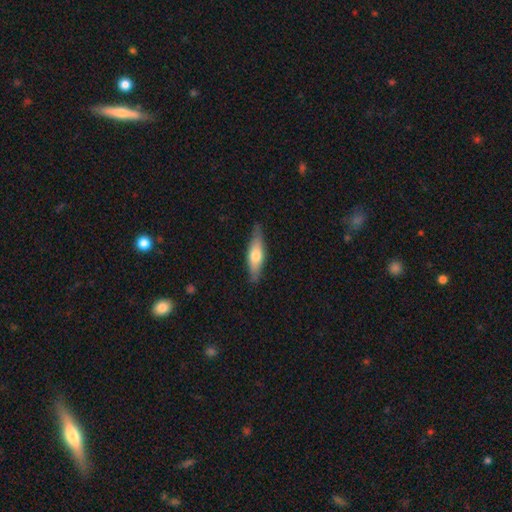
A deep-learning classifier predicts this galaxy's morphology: smooth_or_featured: smooth (p=0.55) [alt: featured or disk p=0.40]
how_rounded: cigar-shaped (p=0.58) [alt: in between p=0.40]
merging: none (p=0.81) [alt: minor disturbance p=0.16]